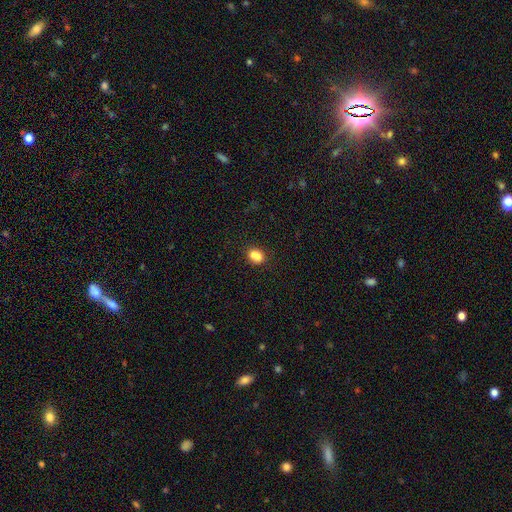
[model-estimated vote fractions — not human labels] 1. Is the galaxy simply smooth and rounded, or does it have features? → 82% smooth, 11% star or artifact, 7% featured or disk.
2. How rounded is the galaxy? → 59% in between, 40% round, 2% cigar-shaped.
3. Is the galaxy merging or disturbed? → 62% none, 20% merger, 14% minor disturbance, 4% major disturbance.